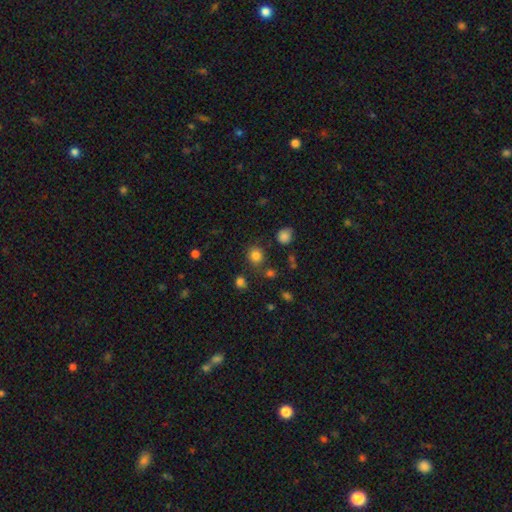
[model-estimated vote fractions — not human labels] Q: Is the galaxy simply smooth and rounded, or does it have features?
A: smooth — 81%.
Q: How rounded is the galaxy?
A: round — 85%.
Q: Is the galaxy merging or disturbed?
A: none — 80%.